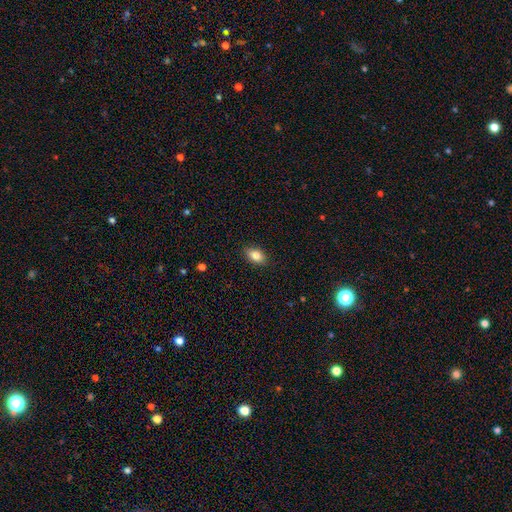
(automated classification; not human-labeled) Smooth or featured: smooth — 84% (featured or disk — 8%)
How rounded: in between — 89% (round — 9%)
Merging: none — 88% (minor disturbance — 9%)